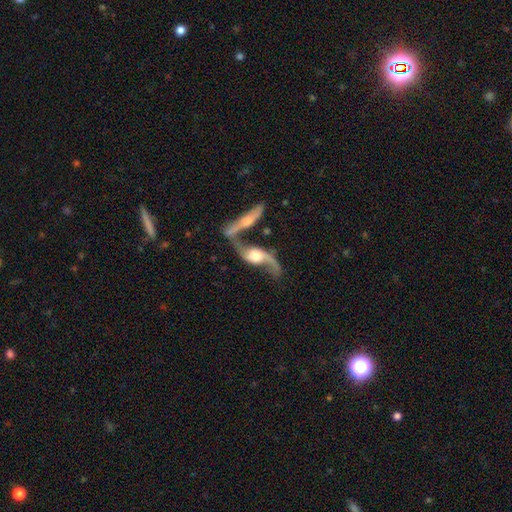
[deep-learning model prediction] smooth_or_featured: featured or disk (p=0.86) [alt: smooth p=0.09]
disk_edge_on: no (p=0.81) [alt: yes p=0.19]
bar: no (p=0.57) [alt: weak p=0.32]
has_spiral_arms: yes (p=0.94) [alt: no p=0.06]
spiral_winding: loose (p=0.85) [alt: medium p=0.12]
spiral_arm_count: 2 (p=0.92) [alt: 1 p=0.03]
bulge_size: moderate (p=0.42) [alt: large p=0.37]
merging: merger (p=0.42) [alt: none p=0.36]